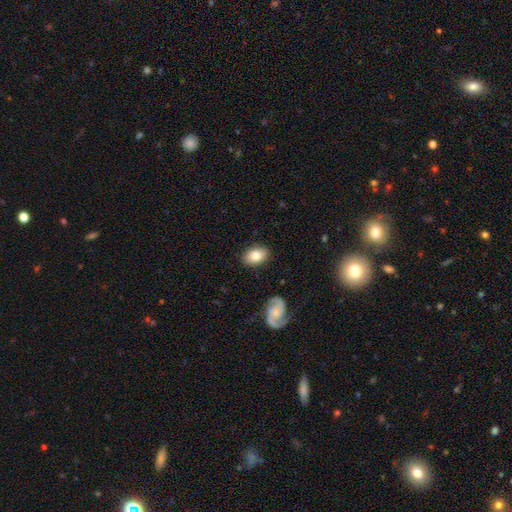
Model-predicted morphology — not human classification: This appears to be a smooth galaxy with no disk features (78%) that is in between round and cigar-shaped (83%). Merging: none (85%).